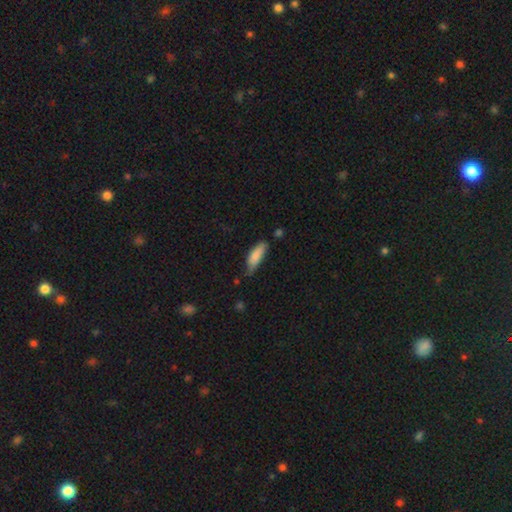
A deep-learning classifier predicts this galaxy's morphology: A smooth galaxy with no disk features (84%) that is in between round and cigar-shaped (58%).

Vote fractions:
- Smooth or featured? smooth: 84% / featured or disk: 10% / star or artifact: 6%
- How rounded? in between: 58% / cigar-shaped: 40% / round: 2%
- Merging? none: 51% / minor disturbance: 38% / major disturbance: 7% / merger: 4%